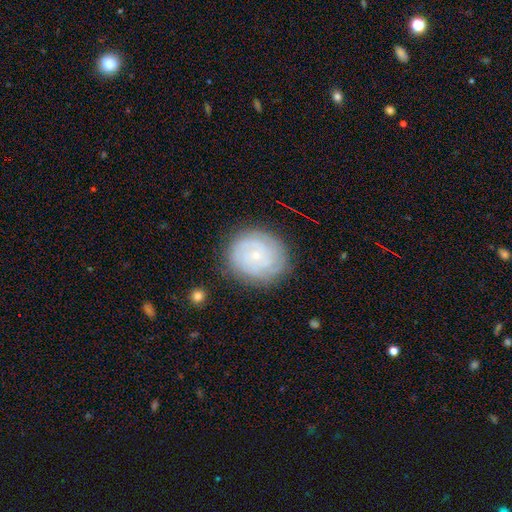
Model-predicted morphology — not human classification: smooth-or-featured: featured or disk: 67% | smooth: 25% | star or artifact: 8%
  disk-edge-on: no: 98% | yes: 2%
    bar: no: 82% | weak: 15% | strong: 3%
    has-spiral-arms: yes: 88% | no: 12%
      spiral-winding: tight: 79% | medium: 16% | loose: 4%
      spiral-arm-count: can't tell: 42% | 3: 17% | 2: 17% | 4: 12% | more than 4: 6% | 1: 6%
    bulge-size: small: 83% | moderate: 12% | none: 2% | large: 1% | dominant: 1%
  merging: none: 81% | minor disturbance: 13% | major disturbance: 4% | merger: 1%